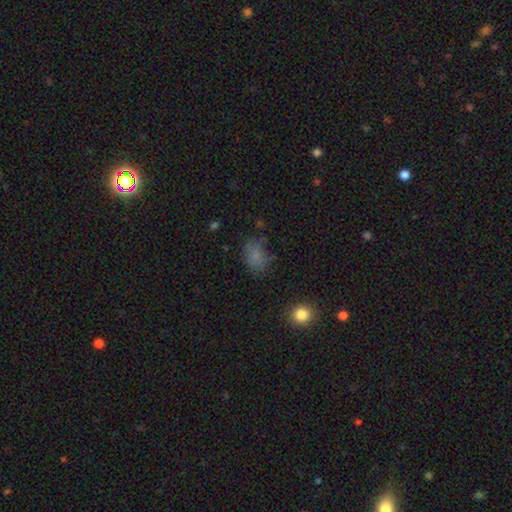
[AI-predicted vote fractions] Overall: smooth (75%). How rounded: in between (74%). Merging: none (63%).